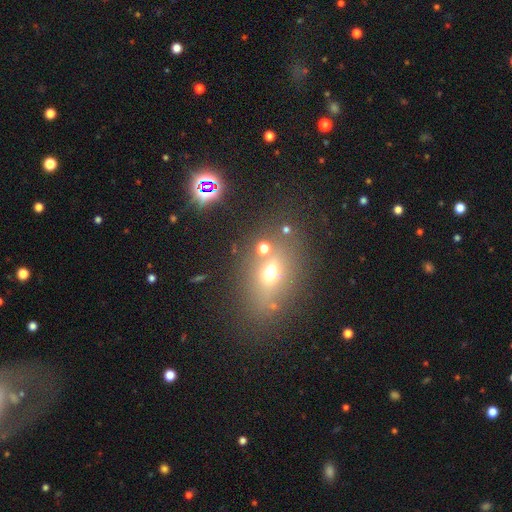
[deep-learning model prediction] This appears to be a smooth galaxy with no disk features (47%). Merging: none (69%).